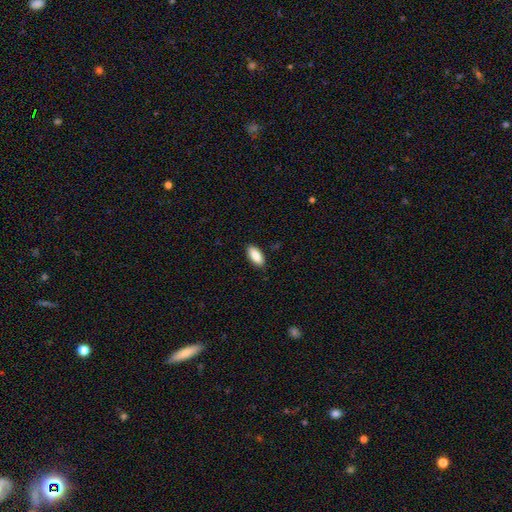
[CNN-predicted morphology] smooth 88%, star or artifact 6%, featured or disk 6%. Down the decision tree: how rounded — in between (90%); merging — none (89%).